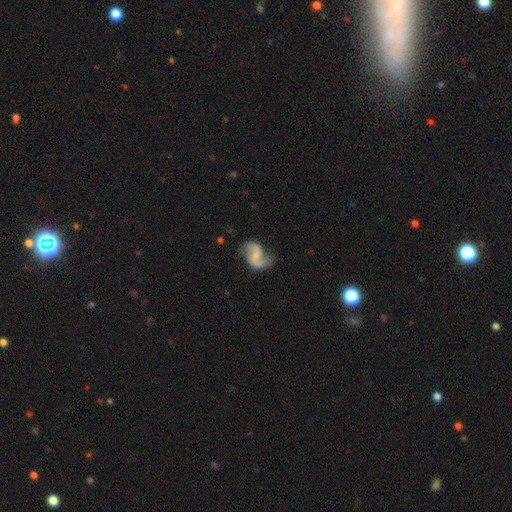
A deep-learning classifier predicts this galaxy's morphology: featured or disk 81%, smooth 13%, star or artifact 6%. Down the decision tree: edge-on disk — no (98%); bar — weak (48%); spiral arms — yes (94%); spiral arm count — 2 (90%); spiral winding — loose (62%); bulge size — small (42%); merging — none (63%).